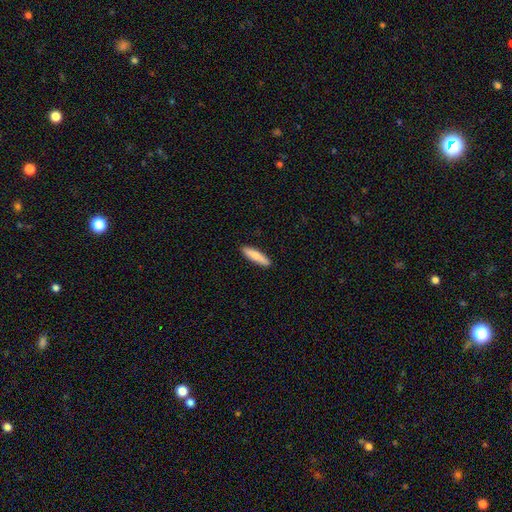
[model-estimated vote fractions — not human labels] smooth-or-featured: smooth: 81% | featured or disk: 13% | star or artifact: 6%
  how-rounded: cigar-shaped: 81% | in between: 17% | round: 1%
  merging: none: 89% | minor disturbance: 8% | major disturbance: 2% | merger: 1%